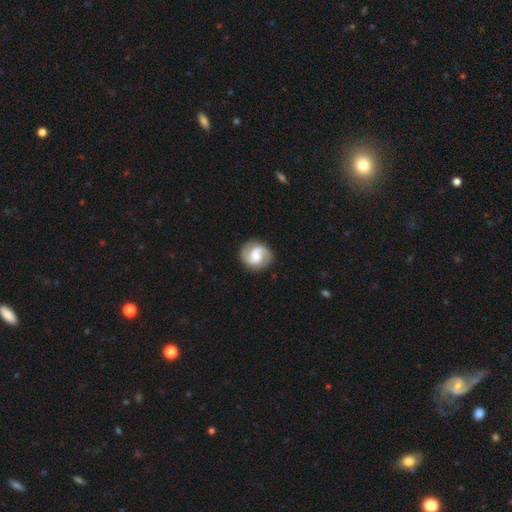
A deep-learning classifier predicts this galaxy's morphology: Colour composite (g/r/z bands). It shows a featured or disk galaxy (75%) with a weak bar (52%), 2 (90%) medium (49%) spiral arms (95%) and a moderate central bulge (45%). Merging: none (86%).